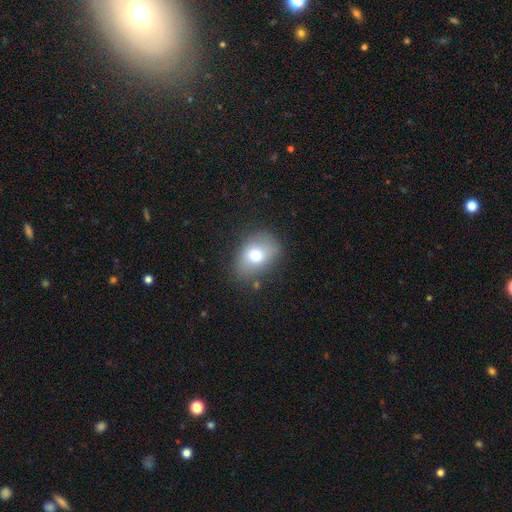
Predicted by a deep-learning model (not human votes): smooth_or_featured: smooth (p=0.71) [alt: featured or disk p=0.18]
how_rounded: in between (p=0.69) [alt: round p=0.30]
merging: none (p=0.75) [alt: minor disturbance p=0.17]